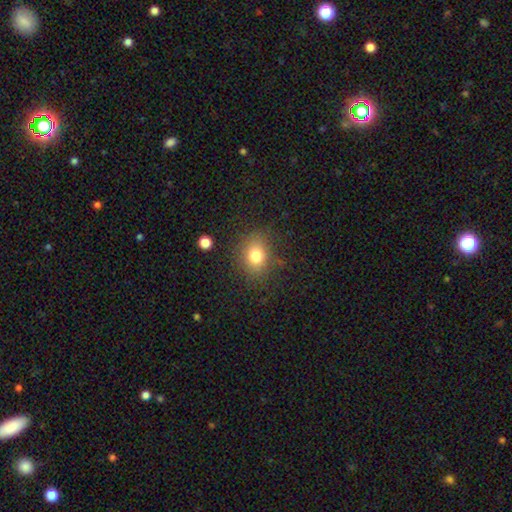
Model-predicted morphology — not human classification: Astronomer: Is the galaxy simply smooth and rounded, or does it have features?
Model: smooth — 77%.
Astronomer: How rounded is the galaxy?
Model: round — 55% (runner-up: in between, 44%).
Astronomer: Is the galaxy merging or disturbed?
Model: none — 79%.